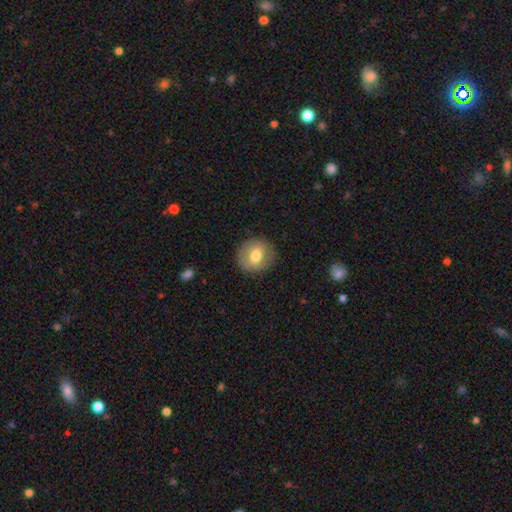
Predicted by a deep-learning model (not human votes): Smooth or featured? smooth (67%)
How rounded? round (83%)
Merging? none (86%)